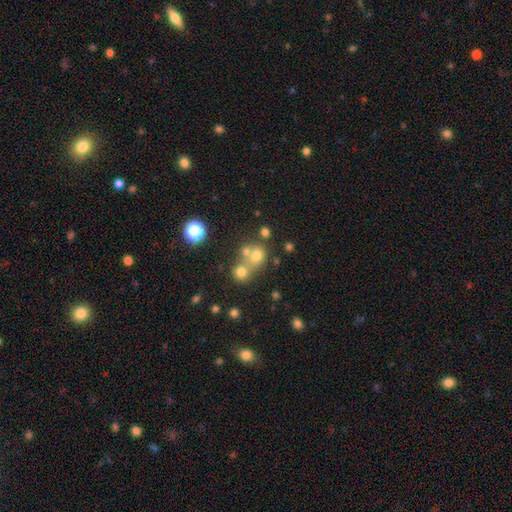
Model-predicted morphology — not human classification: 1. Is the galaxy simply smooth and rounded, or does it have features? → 63% smooth, 22% star or artifact, 15% featured or disk.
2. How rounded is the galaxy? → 81% round, 18% in between, 1% cigar-shaped.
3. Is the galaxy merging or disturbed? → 47% merger, 42% none, 7% minor disturbance, 4% major disturbance.